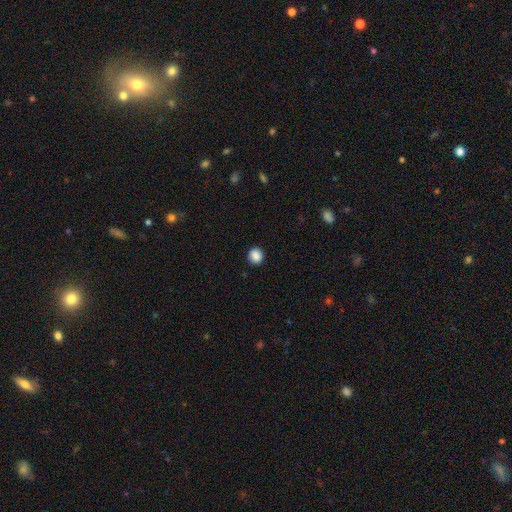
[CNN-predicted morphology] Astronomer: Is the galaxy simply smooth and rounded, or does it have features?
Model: smooth — 88%.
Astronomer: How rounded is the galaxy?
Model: round — 86%.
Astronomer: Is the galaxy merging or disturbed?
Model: none — 90%.